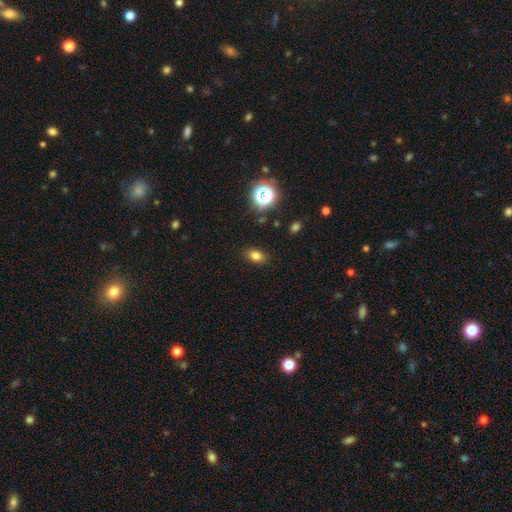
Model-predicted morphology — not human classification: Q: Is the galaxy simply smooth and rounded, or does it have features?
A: smooth — 77%.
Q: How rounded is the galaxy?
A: in between — 78%.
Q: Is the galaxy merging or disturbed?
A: none — 86%.